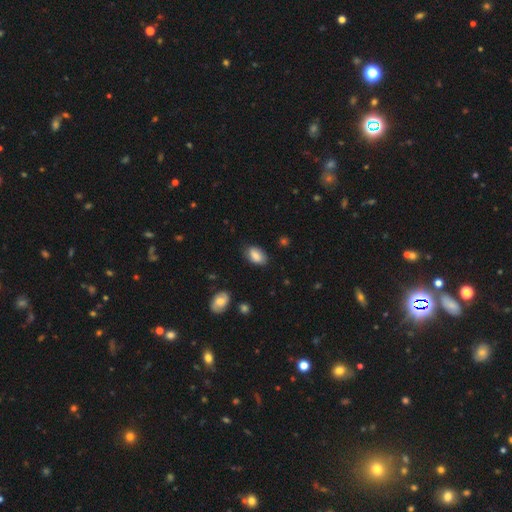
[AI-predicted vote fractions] Smooth or featured? Predicted: smooth (p=0.82). How rounded? Predicted: in between (p=0.92). Merging? Predicted: none (p=0.78).